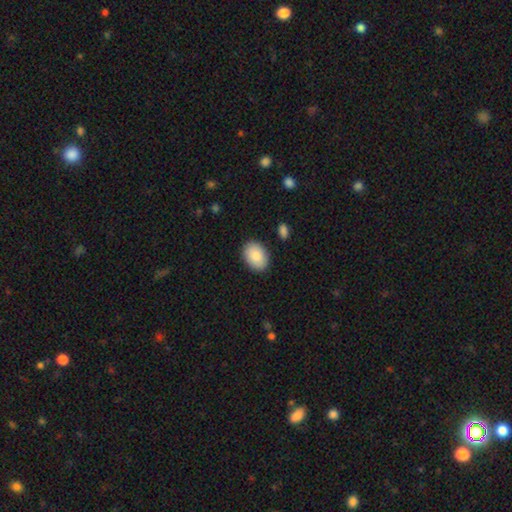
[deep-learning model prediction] Q: Smooth or featured?
A: smooth (87%); runner-up: featured or disk (7%)
Q: How rounded?
A: in between (82%); runner-up: round (17%)
Q: Merging?
A: none (88%); runner-up: minor disturbance (8%)